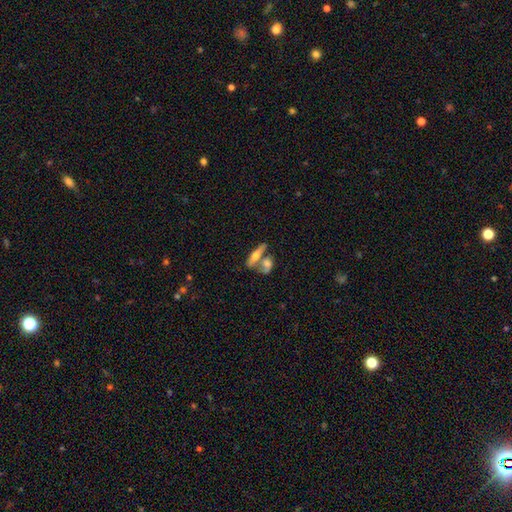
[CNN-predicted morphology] Smooth or featured?
  - featured or disk: 47% *
  - smooth: 44%
  - star or artifact: 8%
Merging?
  - merger: 43% *
  - none: 42%
  - minor disturbance: 9%
  - major disturbance: 5%